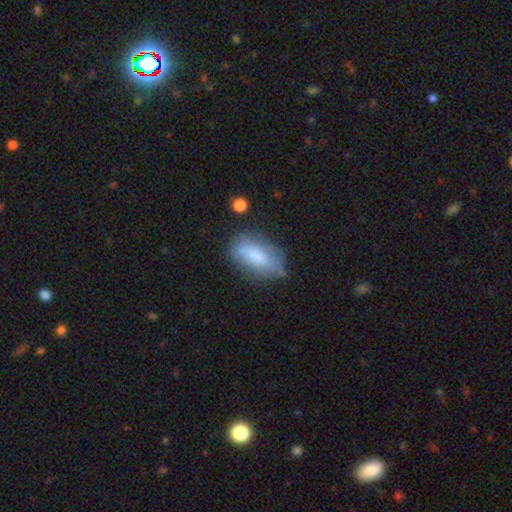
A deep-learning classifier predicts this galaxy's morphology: Smooth or featured?
  - smooth: 74% *
  - featured or disk: 18%
  - star or artifact: 8%
How rounded?
  - in between: 85% *
  - cigar-shaped: 11%
  - round: 4%
Merging?
  - none: 64% *
  - minor disturbance: 24%
  - major disturbance: 8%
  - merger: 4%